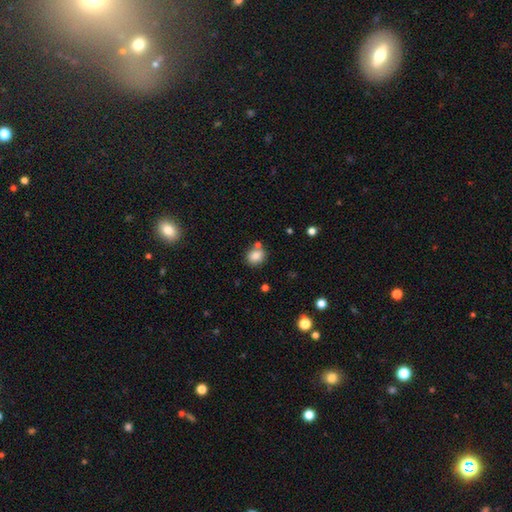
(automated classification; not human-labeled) Q: Smooth or featured?
A: smooth (84%); runner-up: star or artifact (10%)
Q: How rounded?
A: round (65%); runner-up: in between (34%)
Q: Merging?
A: none (69%); runner-up: merger (15%)